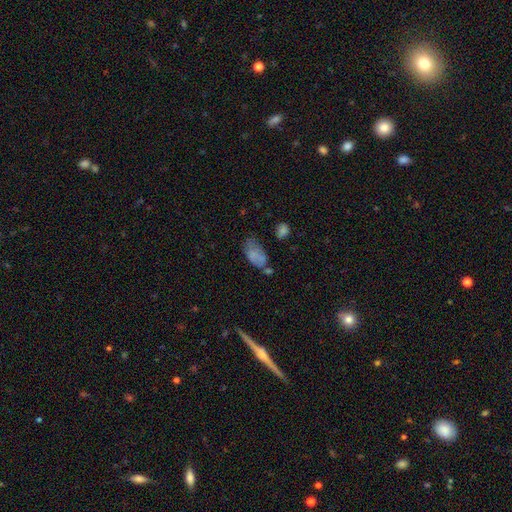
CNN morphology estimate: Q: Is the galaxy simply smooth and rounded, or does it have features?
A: smooth — 70%.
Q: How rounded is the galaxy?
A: in between — 92%.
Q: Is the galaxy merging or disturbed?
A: none — 41%.